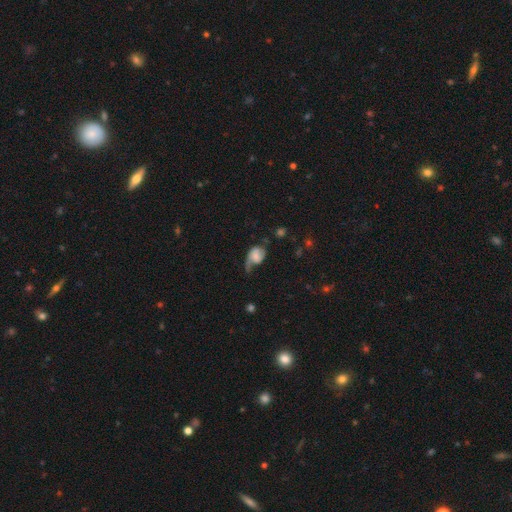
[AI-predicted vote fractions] A featured or disk galaxy (50%).

Vote fractions:
- Smooth or featured? featured or disk: 50% / smooth: 42% / star or artifact: 9%
- Merging? major disturbance: 39% / minor disturbance: 29% / none: 28% / merger: 5%